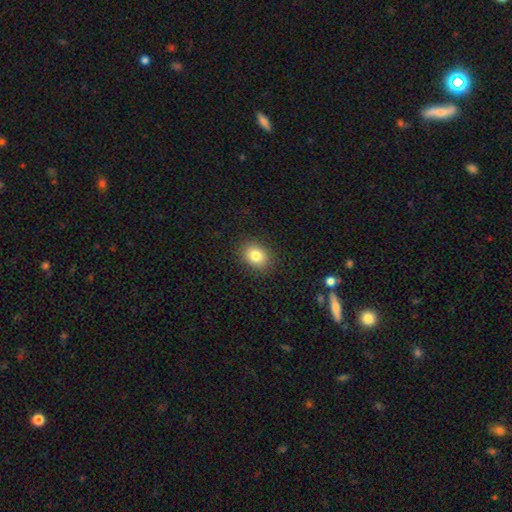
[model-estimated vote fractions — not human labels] This appears to be a smooth galaxy with no disk features (82%) that is in between round and cigar-shaped (54%). Merging: none (89%).